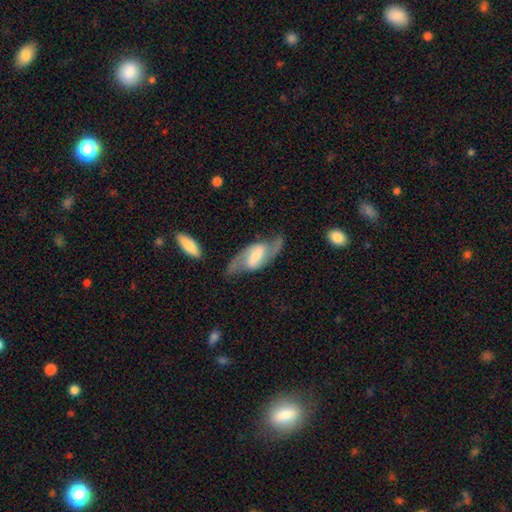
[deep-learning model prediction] Smooth or featured?
  - featured or disk: 85% *
  - smooth: 10%
  - star or artifact: 5%
Edge-on disk?
  - no: 94% *
  - yes: 6%
Bar?
  - weak: 44% *
  - strong: 43%
  - no: 13%
Spiral arms?
  - yes: 95% *
  - no: 5%
Spiral winding?
  - medium: 49% *
  - loose: 37%
  - tight: 15%
Spiral arm count?
  - 2: 92% *
  - can't tell: 3%
  - 1: 2%
  - 3: 1%
  - 4: 1%
  - more than 4: 1%
Bulge size?
  - moderate: 48% *
  - small: 34%
  - large: 10%
  - none: 6%
  - dominant: 2%
Merging?
  - none: 76% *
  - minor disturbance: 15%
  - major disturbance: 6%
  - merger: 2%